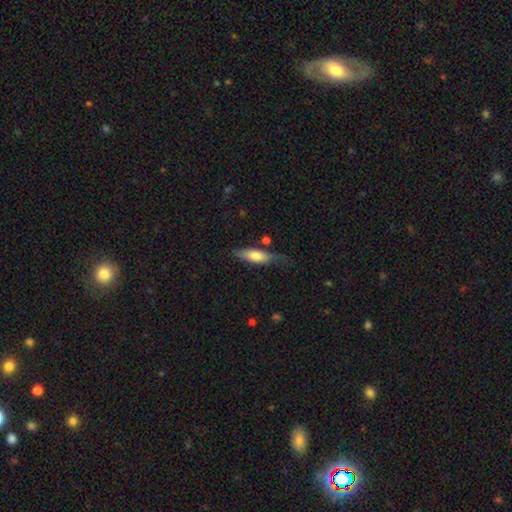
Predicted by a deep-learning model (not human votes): This appears to be a smooth galaxy with no disk features (67%) that is in between round and cigar-shaped (49%). Merging: none (61%).